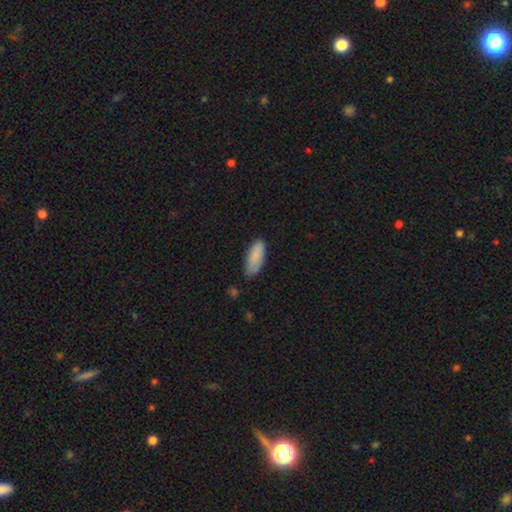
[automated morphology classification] smooth_or_featured: smooth (p=0.88) [alt: star or artifact p=0.06]
how_rounded: in between (p=0.76) [alt: cigar-shaped p=0.23]
merging: none (p=0.77) [alt: minor disturbance p=0.19]